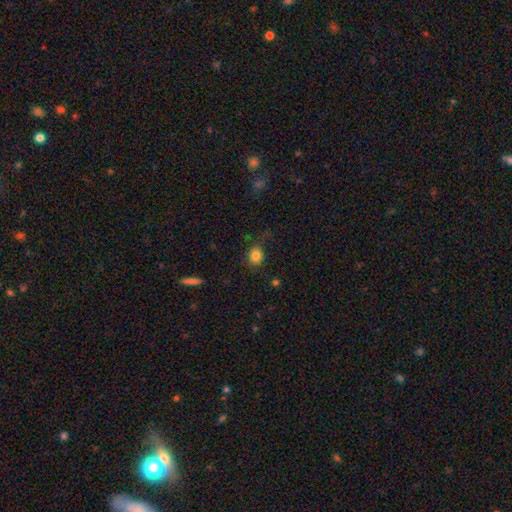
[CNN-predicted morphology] Smooth or featured?
  - smooth: 83% *
  - star or artifact: 11%
  - featured or disk: 6%
How rounded?
  - round: 75% *
  - in between: 24%
  - cigar-shaped: 1%
Merging?
  - none: 77% *
  - minor disturbance: 15%
  - major disturbance: 6%
  - merger: 2%